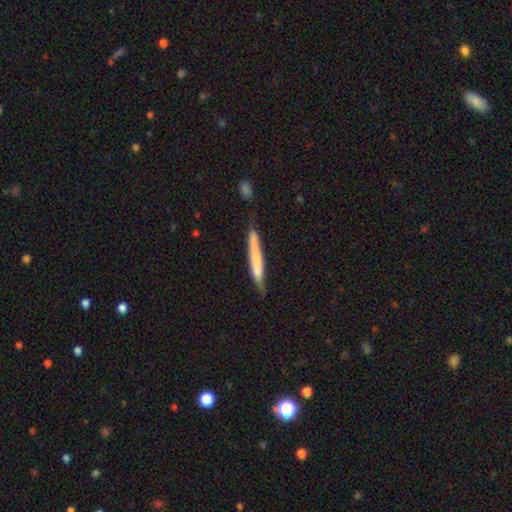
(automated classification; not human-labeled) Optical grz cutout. It shows a smooth galaxy with no disk features (64%) that is cigar-shaped (95%). Merging: none (68%).